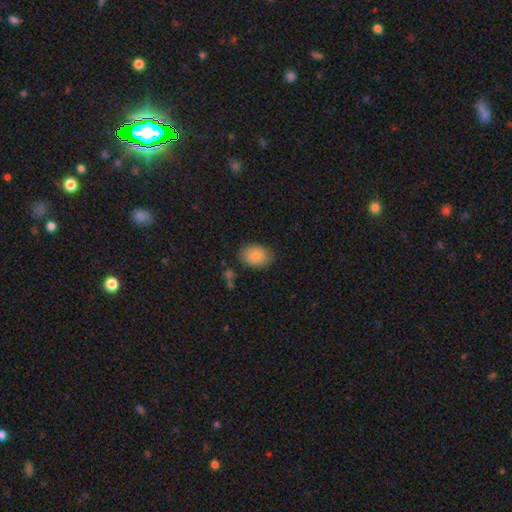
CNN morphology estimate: A smooth galaxy with no disk features (86%) that is in between round and cigar-shaped (74%). Merging: none (81%).